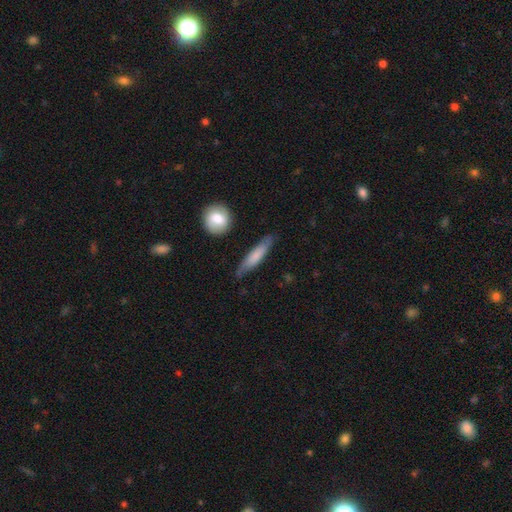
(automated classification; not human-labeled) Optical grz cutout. It shows a smooth galaxy with no disk features (67%) that is cigar-shaped (80%). Merging: none (74%).